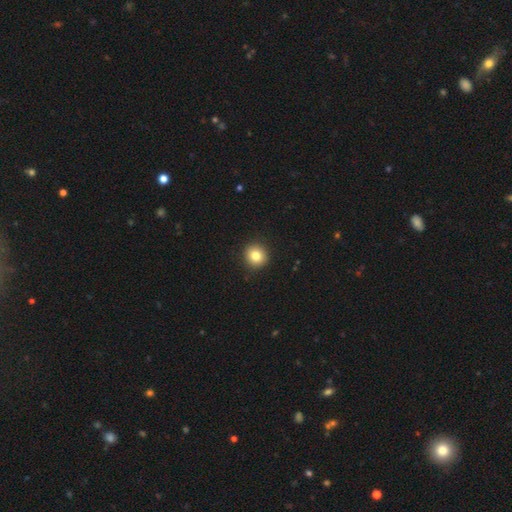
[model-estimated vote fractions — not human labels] Overall: smooth (82%). How rounded: round (91%). Merging: none (92%).